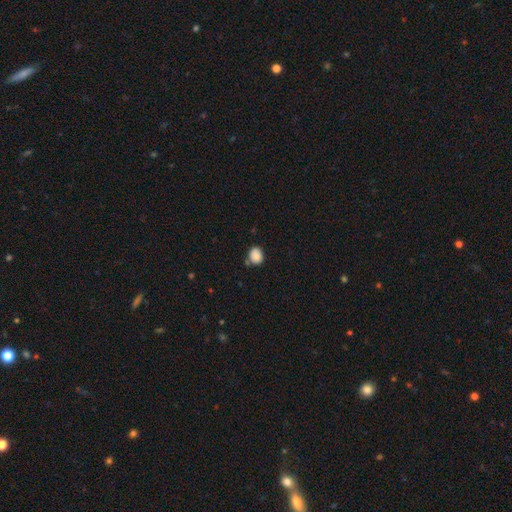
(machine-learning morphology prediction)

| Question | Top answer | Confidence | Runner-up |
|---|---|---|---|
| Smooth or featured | smooth | 85% | star or artifact (9%) |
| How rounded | round | 61% | in between (38%) |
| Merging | none | 68% | minor disturbance (21%) |